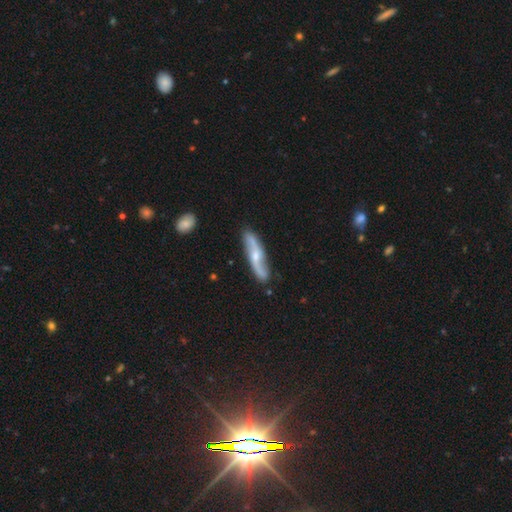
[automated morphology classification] Overall: featured or disk (76%). Edge-on disk: no (76%). Bar: no (53%; weak 35%). Spiral arms: yes (94%). Spiral arm count: 2 (92%). Spiral winding: loose (67%). Bulge size: moderate (48%; small 44%). Merging: none (83%).